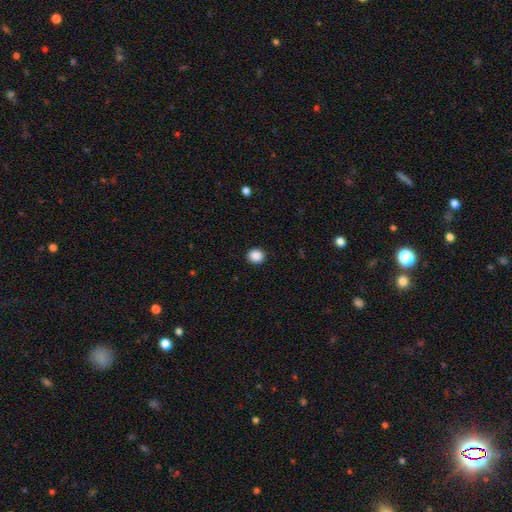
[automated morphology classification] type=smooth (88%); roundness=round (84%); merging=none (92%).